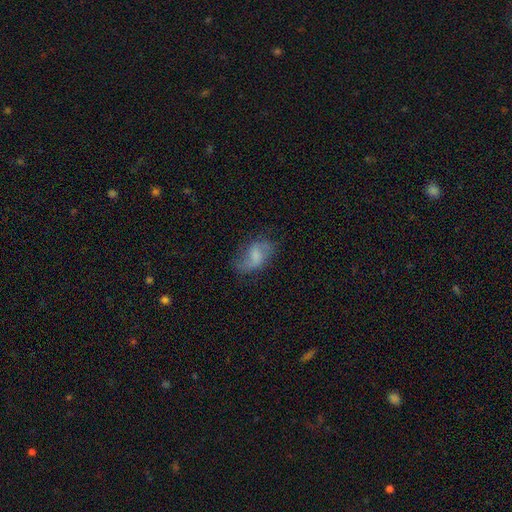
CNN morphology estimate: smooth_or_featured: featured or disk (p=0.50) [alt: smooth p=0.41]
disk_edge_on: no (p=0.96) [alt: yes p=0.04]
merging: none (p=0.57) [alt: minor disturbance p=0.25]